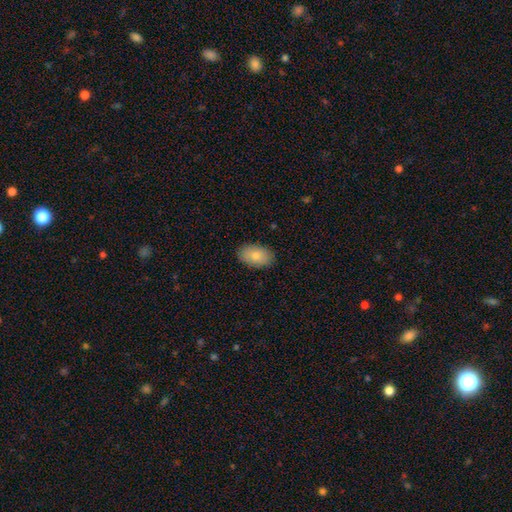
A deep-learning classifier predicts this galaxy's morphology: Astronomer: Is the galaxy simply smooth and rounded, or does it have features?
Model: smooth — 83%.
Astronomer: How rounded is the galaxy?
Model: in between — 92%.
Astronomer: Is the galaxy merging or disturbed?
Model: none — 88%.